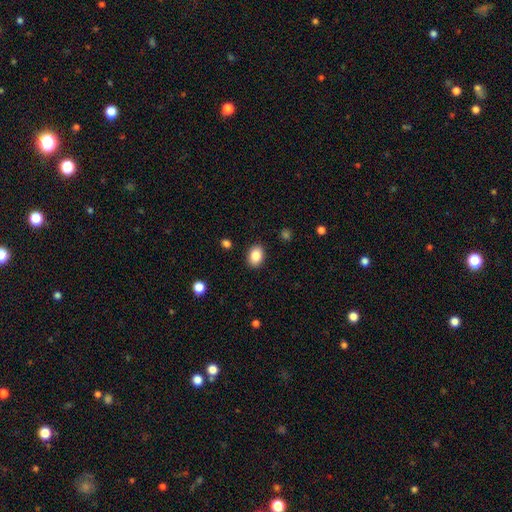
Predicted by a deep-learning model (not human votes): smooth_or_featured: smooth (p=0.86) [alt: star or artifact p=0.08]
how_rounded: in between (p=0.74) [alt: round p=0.25]
merging: none (p=0.89) [alt: minor disturbance p=0.08]